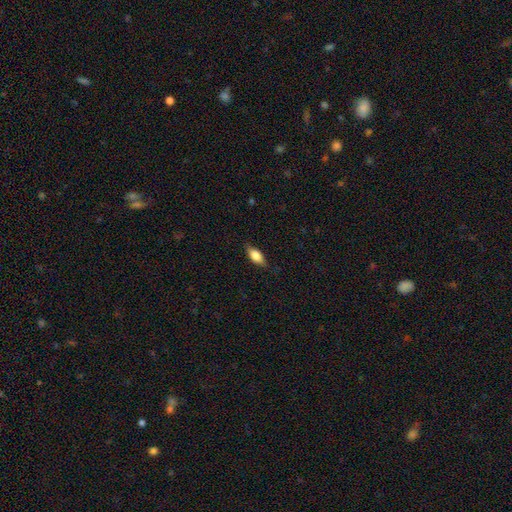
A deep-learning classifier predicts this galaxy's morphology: Q: Smooth or featured?
A: smooth (72%); runner-up: featured or disk (22%)
Q: How rounded?
A: in between (78%); runner-up: cigar-shaped (19%)
Q: Merging?
A: none (82%); runner-up: minor disturbance (14%)